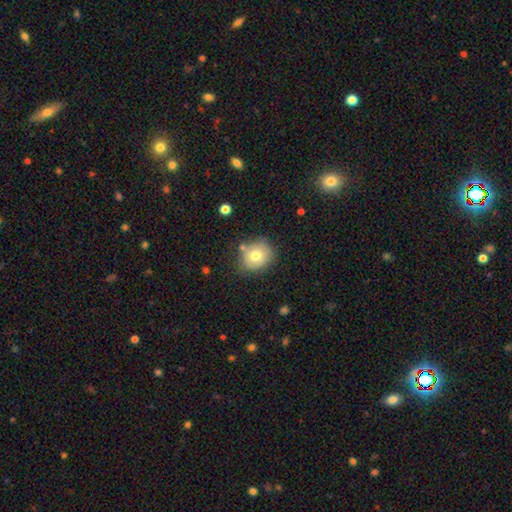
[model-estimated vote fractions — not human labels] Smooth or featured? smooth (70%)
How rounded? round (70%)
Merging? none (71%)